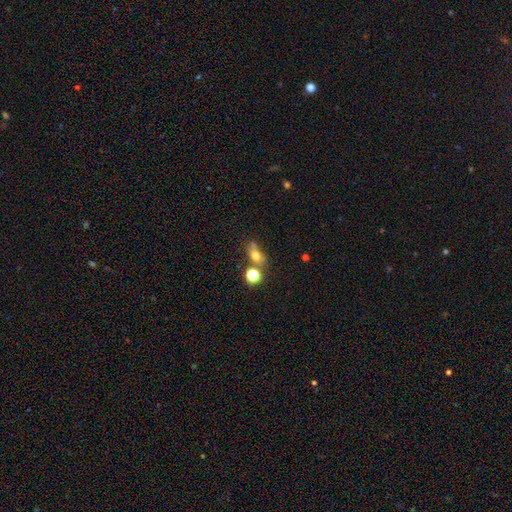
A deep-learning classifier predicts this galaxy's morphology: The model was most divided on "how rounded": round: 50%, in between: 45%, cigar-shaped: 5%. Remaining: smooth or featured — smooth (63%); merging — none (46%).